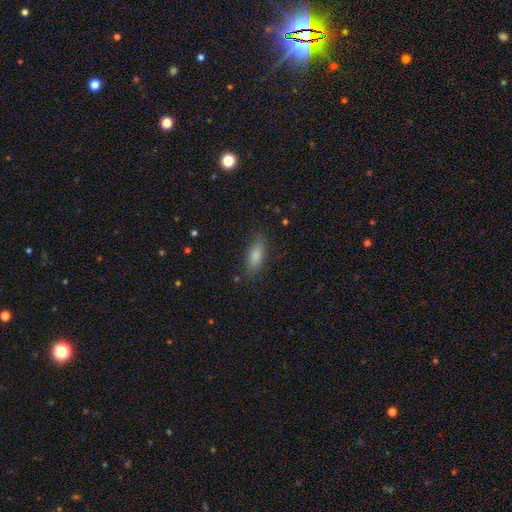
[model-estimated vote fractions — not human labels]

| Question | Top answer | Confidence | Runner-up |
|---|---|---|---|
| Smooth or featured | smooth | 82% | featured or disk (11%) |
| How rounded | in between | 77% | cigar-shaped (20%) |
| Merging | none | 80% | minor disturbance (15%) |